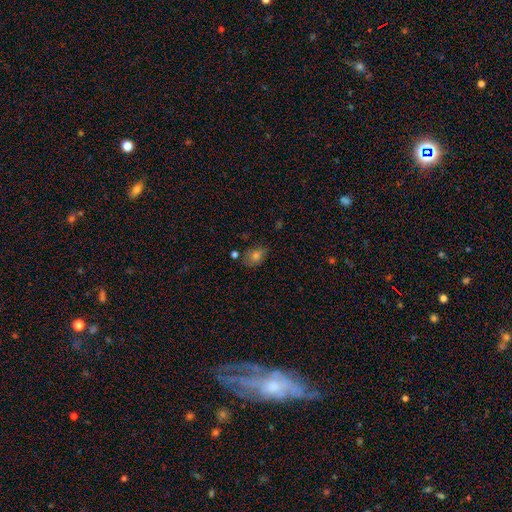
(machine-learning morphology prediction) A smooth galaxy with no disk features (75%) that is in between round and cigar-shaped (65%).

Vote fractions:
- Smooth or featured? smooth: 75% / star or artifact: 14% / featured or disk: 12%
- How rounded? in between: 65% / round: 33% / cigar-shaped: 1%
- Merging? none: 69% / minor disturbance: 21% / merger: 5% / major disturbance: 5%